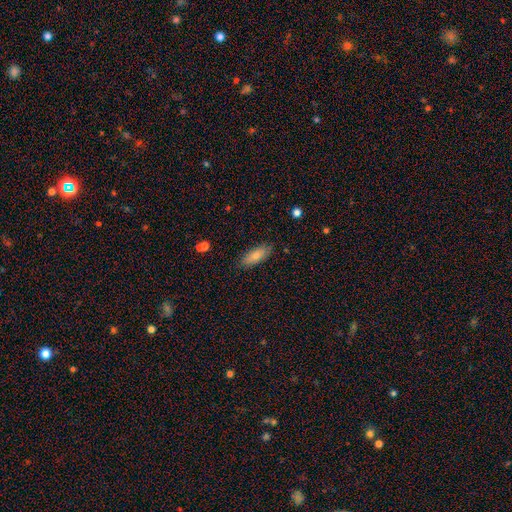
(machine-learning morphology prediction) Smooth or featured?
  - smooth: 79% *
  - featured or disk: 14%
  - star or artifact: 7%
How rounded?
  - in between: 68% *
  - cigar-shaped: 30%
  - round: 2%
Merging?
  - none: 85% *
  - minor disturbance: 11%
  - major disturbance: 2%
  - merger: 1%